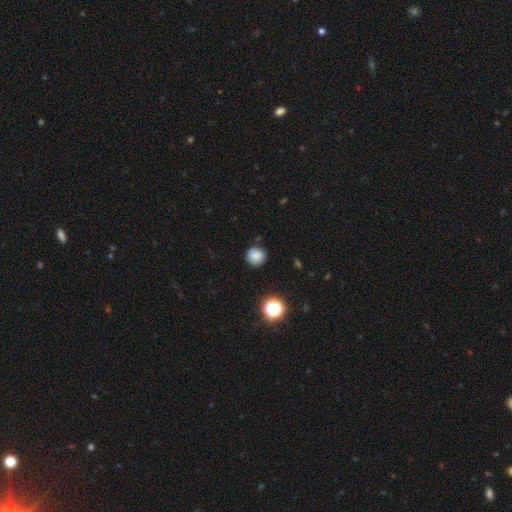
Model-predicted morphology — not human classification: This appears to be a smooth galaxy with no disk features (82%) that is round (92%). Merging: none (86%).